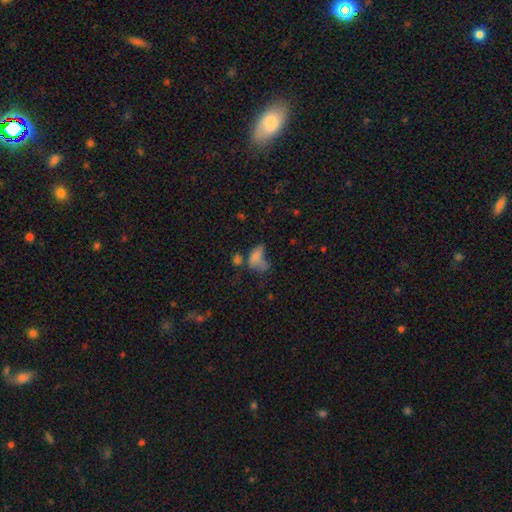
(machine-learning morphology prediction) Smooth or featured?
  - smooth: 66% *
  - featured or disk: 17%
  - star or artifact: 17%
How rounded?
  - in between: 85% *
  - round: 11%
  - cigar-shaped: 4%
Merging?
  - major disturbance: 30% *
  - merger: 26%
  - none: 24%
  - minor disturbance: 19%